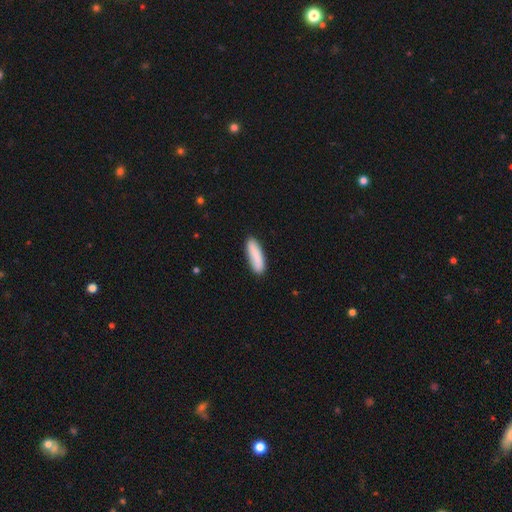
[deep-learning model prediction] smooth_or_featured: smooth (p=0.87) [alt: featured or disk p=0.08]
how_rounded: cigar-shaped (p=0.62) [alt: in between p=0.37]
merging: none (p=0.86) [alt: minor disturbance p=0.11]